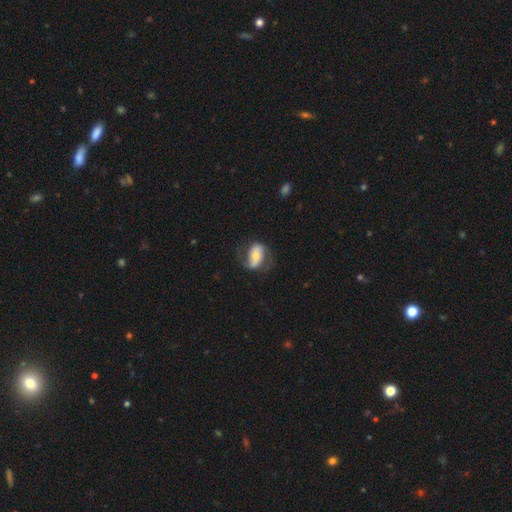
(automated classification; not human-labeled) Smooth or featured: featured or disk — 63% (smooth — 30%)
Edge-on disk: no — 95% (yes — 5%)
Bar: strong — 42% (no — 32%)
Spiral arms: yes — 84% (no — 16%)
Spiral winding: medium — 40% (tied with loose — 40%)
Spiral arm count: 2 — 85% (can't tell — 6%)
Bulge size: moderate — 48% (small — 38%)
Merging: none — 63% (minor disturbance — 21%)